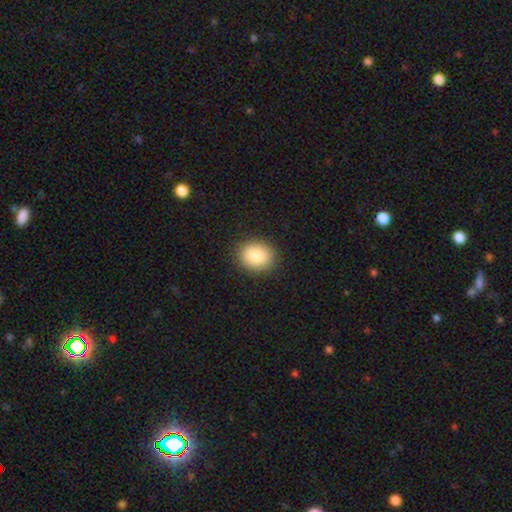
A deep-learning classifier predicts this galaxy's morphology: type=smooth (86%); roundness=round (57%); merging=none (89%).